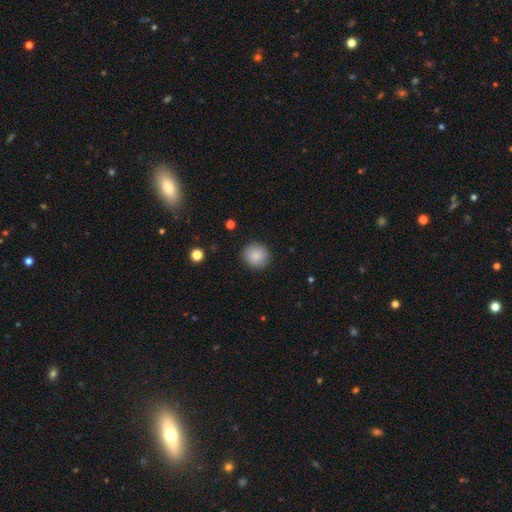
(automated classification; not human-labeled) Morphology: type=smooth (85%); roundness=round (92%); merging=none (90%).